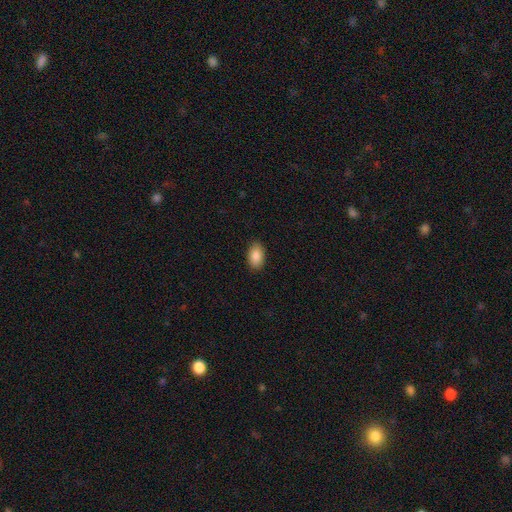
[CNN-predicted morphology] smooth_or_featured: smooth (p=0.87) [alt: star or artifact p=0.07]
how_rounded: in between (p=0.92) [alt: round p=0.06]
merging: none (p=0.90) [alt: minor disturbance p=0.08]